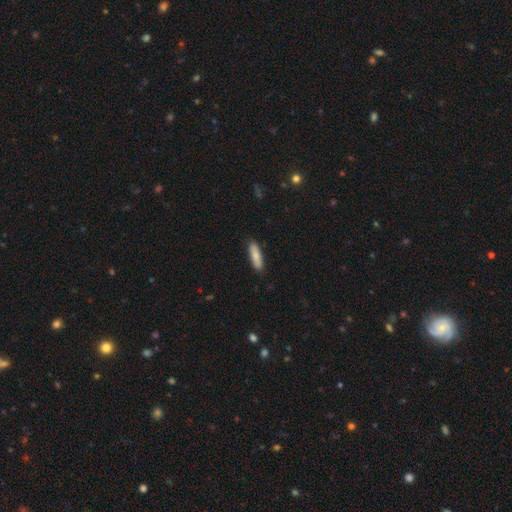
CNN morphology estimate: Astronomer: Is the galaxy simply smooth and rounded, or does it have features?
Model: smooth — 79%.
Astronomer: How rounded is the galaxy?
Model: cigar-shaped — 62%.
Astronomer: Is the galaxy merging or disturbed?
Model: none — 88%.